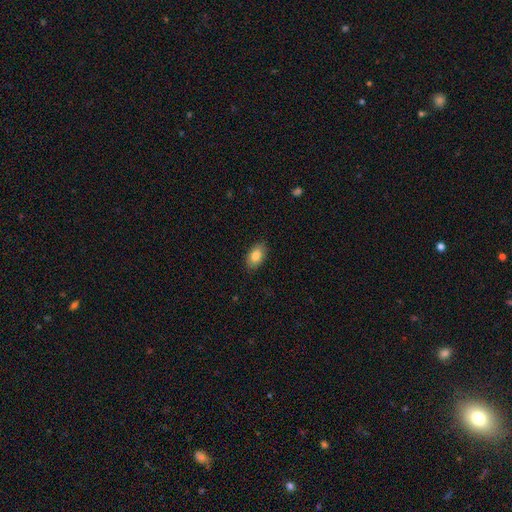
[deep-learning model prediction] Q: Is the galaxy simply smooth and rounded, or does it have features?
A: smooth — 84%.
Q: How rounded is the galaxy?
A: in between — 91%.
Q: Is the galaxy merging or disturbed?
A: none — 87%.